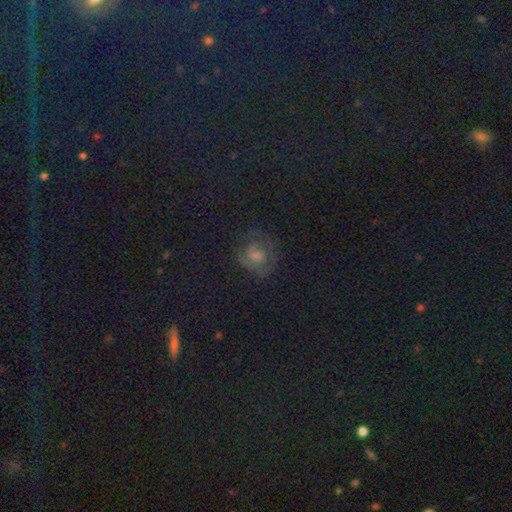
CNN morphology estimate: Overall: featured or disk (36%; smooth 33%). Merging: none (61%).